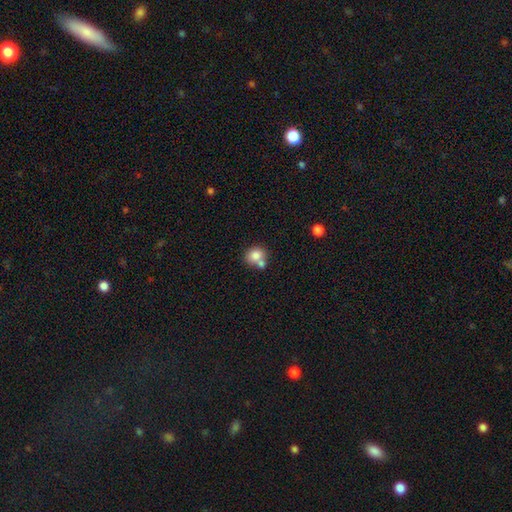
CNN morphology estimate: Smooth or featured: smooth — 80% (featured or disk — 10%)
How rounded: round — 72% (in between — 27%)
Merging: none — 50% (merger — 36%)